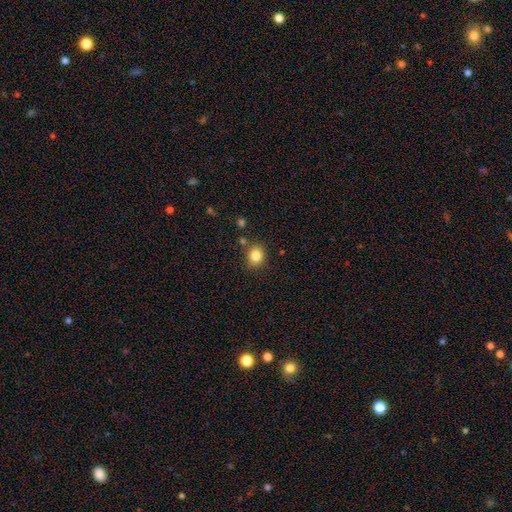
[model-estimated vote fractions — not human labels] Morphology: type=smooth (84%); roundness=round (73%); merging=none (83%).